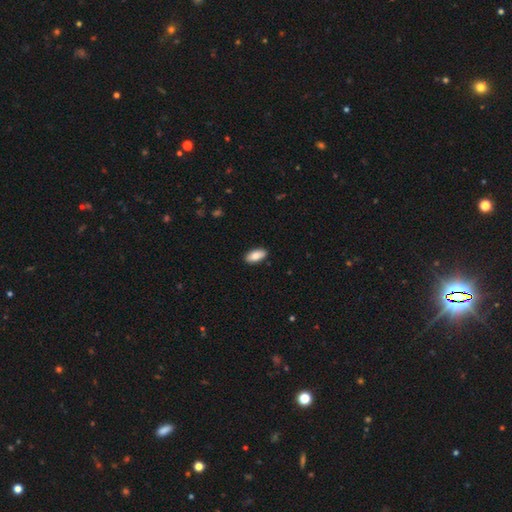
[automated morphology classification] type=smooth (84%); roundness=in between (91%); merging=none (90%).